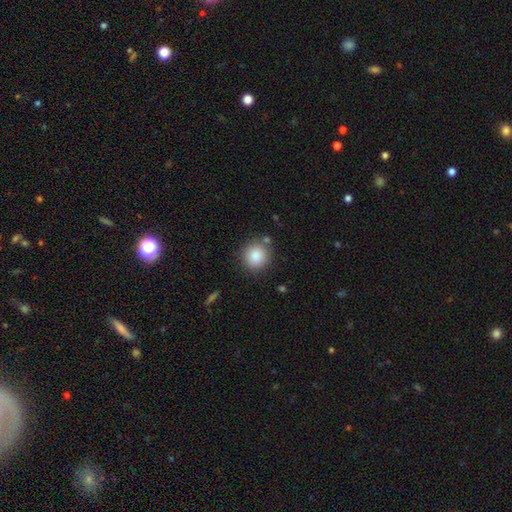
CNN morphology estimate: Smooth or featured? smooth (86%)
How rounded? round (90%)
Merging? none (82%)